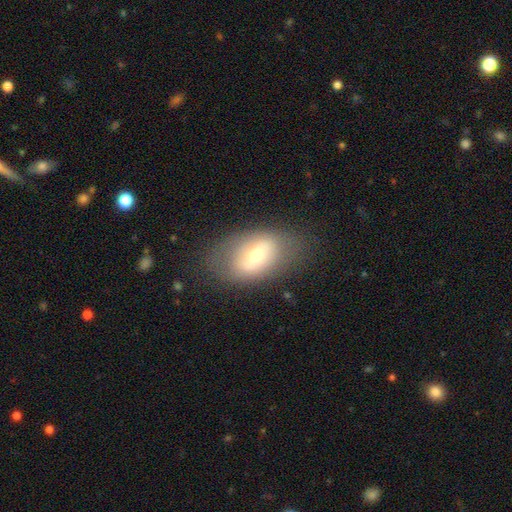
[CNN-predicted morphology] A smooth galaxy with no disk features (51%) that is in between round and cigar-shaped (86%). Merging: none (72%).